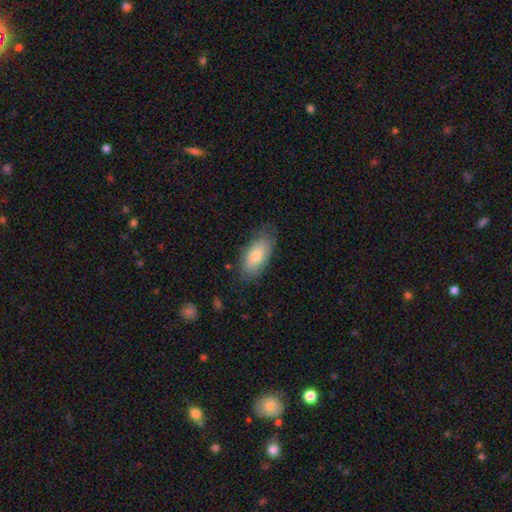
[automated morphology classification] The model was most divided on "merging": none: 69%, minor disturbance: 24%, major disturbance: 6%, merger: 1%. More confident: how rounded — in between (89%); smooth or featured — smooth (73%).